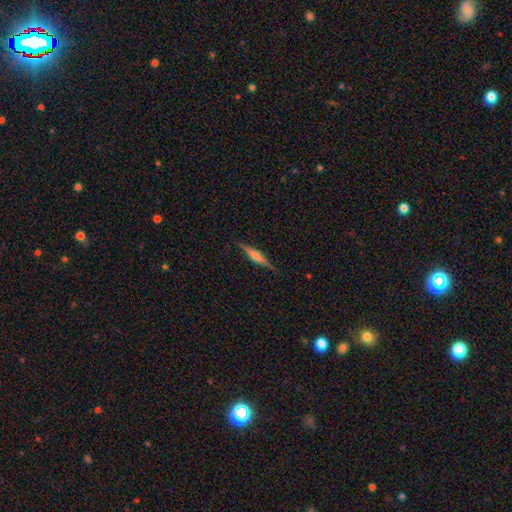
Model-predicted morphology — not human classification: This appears to be a featured or disk galaxy (67%) viewed edge-on (97%) with a rounded central bulge (70%). Merging: none (87%).